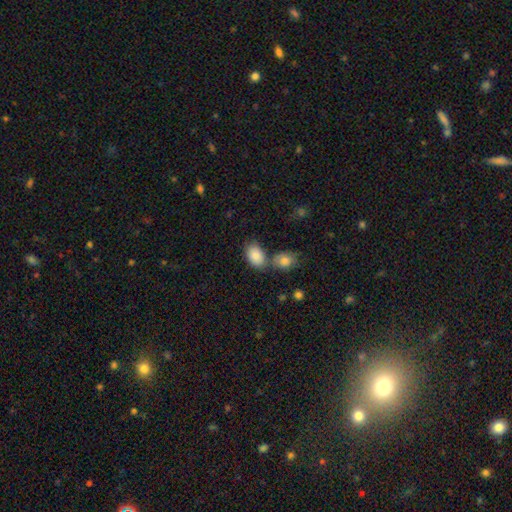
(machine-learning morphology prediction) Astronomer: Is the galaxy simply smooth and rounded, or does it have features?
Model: smooth — 86%.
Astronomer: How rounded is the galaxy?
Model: in between — 89%.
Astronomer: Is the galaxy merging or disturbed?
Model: none — 58%.